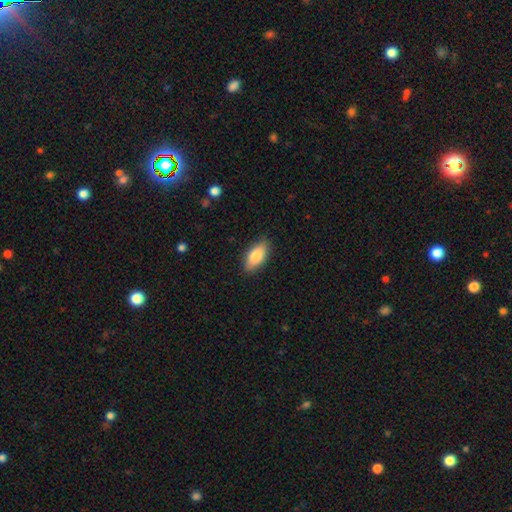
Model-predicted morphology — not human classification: smooth 83%, featured or disk 10%, star or artifact 6%. Down the decision tree: how rounded — in between (87%); merging — none (86%).